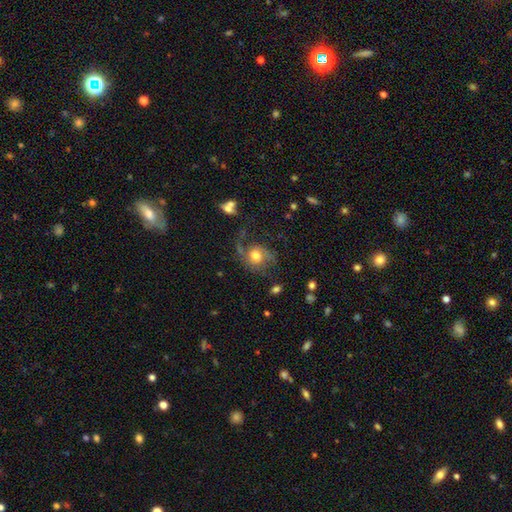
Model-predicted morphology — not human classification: Smooth or featured? featured or disk (62%)
Edge-on disk? no (97%)
Bar? no (72%)
Spiral arms? yes (88%)
Spiral winding? loose (47%)
Spiral arm count? 2 (64%)
Bulge size? moderate (63%)
Merging? none (52%)